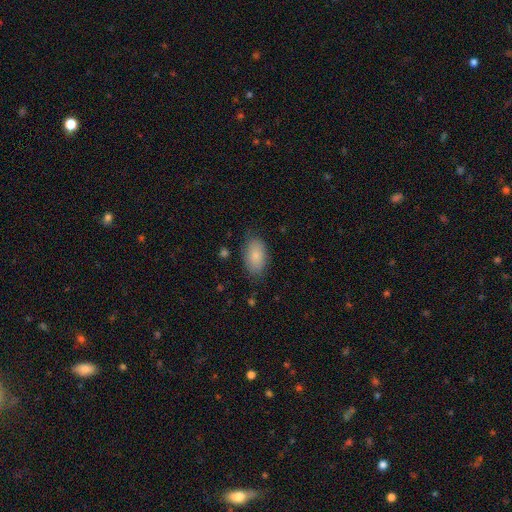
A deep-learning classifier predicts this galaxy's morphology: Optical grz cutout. It shows a smooth galaxy with no disk features (81%) that is in between round and cigar-shaped (92%). Merging: none (77%).